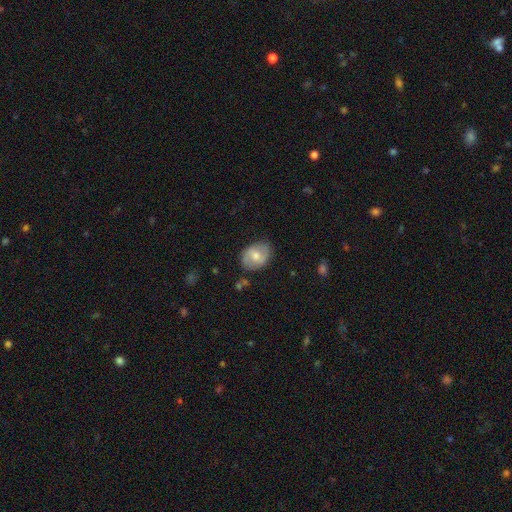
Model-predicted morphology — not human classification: Q: Smooth or featured?
A: smooth (49%); runner-up: featured or disk (44%)
Q: Merging?
A: none (79%); runner-up: minor disturbance (15%)